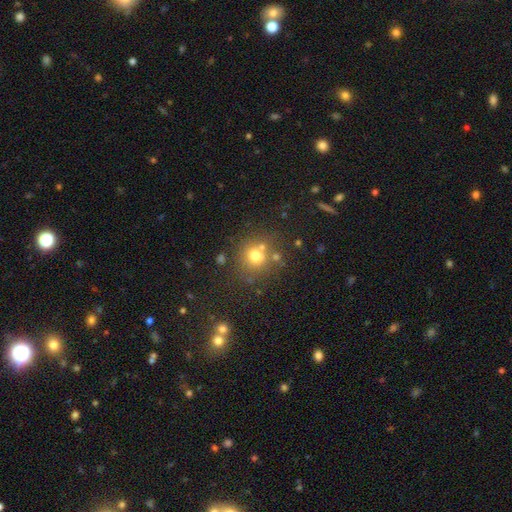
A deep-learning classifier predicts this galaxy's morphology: Smooth or featured? smooth (71%)
How rounded? round (89%)
Merging? none (68%)